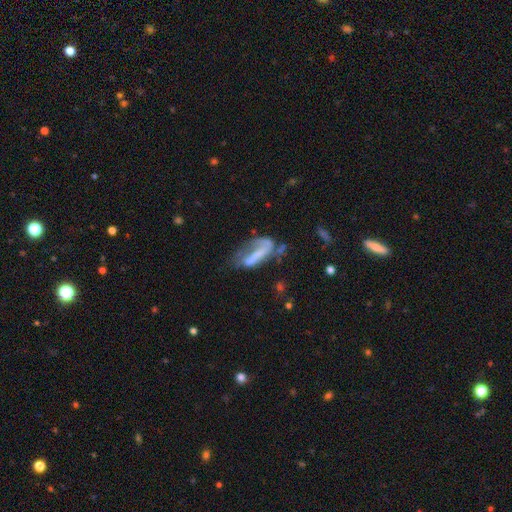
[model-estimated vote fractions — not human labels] A featured or disk galaxy (50%). Merging: major disturbance (43%).